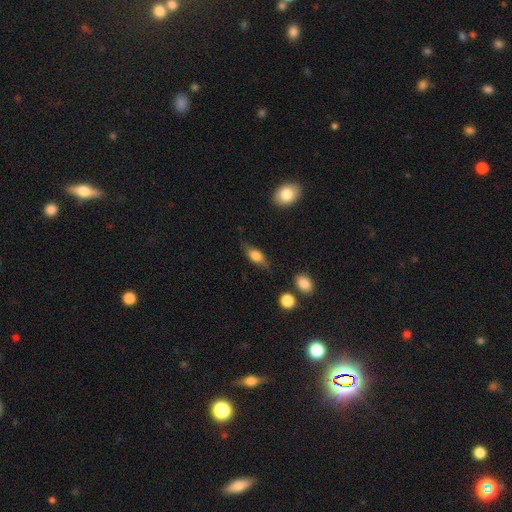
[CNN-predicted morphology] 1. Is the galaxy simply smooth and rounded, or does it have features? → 66% smooth, 26% featured or disk, 8% star or artifact.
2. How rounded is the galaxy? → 76% in between, 17% cigar-shaped, 8% round.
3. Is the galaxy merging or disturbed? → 71% none, 21% minor disturbance, 6% major disturbance, 2% merger.